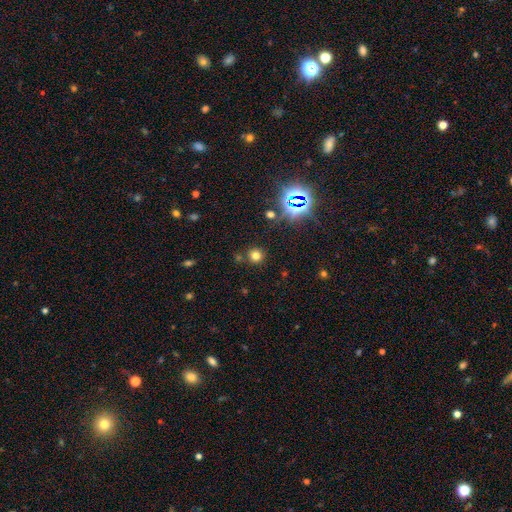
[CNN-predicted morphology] Q: Smooth or featured?
A: smooth (69%); runner-up: star or artifact (24%)
Q: How rounded?
A: round (92%); runner-up: in between (7%)
Q: Merging?
A: none (83%); runner-up: minor disturbance (7%)